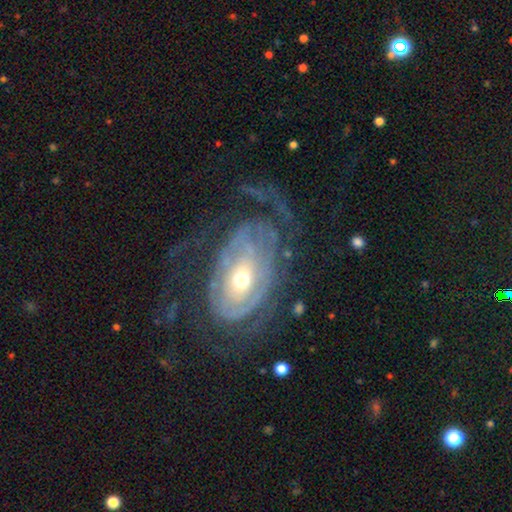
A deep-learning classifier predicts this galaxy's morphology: Smooth or featured? featured or disk (81%)
Edge-on disk? no (94%)
Bar? no (52%)
Spiral arms? yes (82%)
Spiral winding? tight (62%)
Spiral arm count? can't tell (45%)
Bulge size? moderate (52%)
Merging? none (57%)